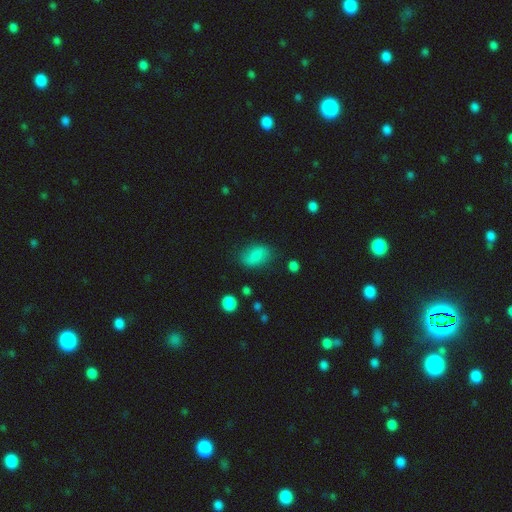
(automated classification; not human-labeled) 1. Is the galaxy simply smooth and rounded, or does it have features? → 76% smooth, 15% featured or disk, 10% star or artifact.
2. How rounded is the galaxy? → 86% in between, 11% round, 3% cigar-shaped.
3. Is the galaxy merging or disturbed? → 71% none, 20% minor disturbance, 7% major disturbance, 2% merger.